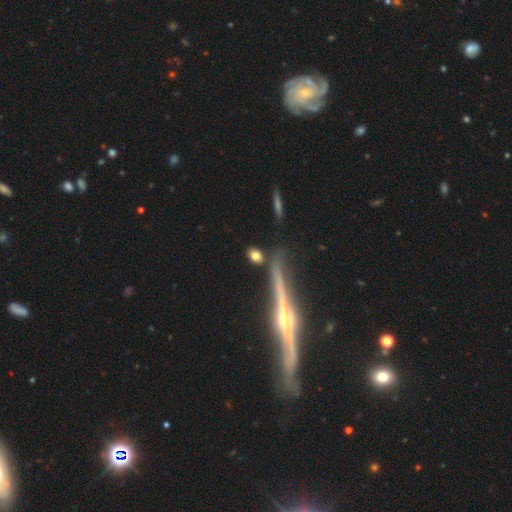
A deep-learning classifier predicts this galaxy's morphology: Smooth or featured?
  - smooth: 76% *
  - featured or disk: 15%
  - star or artifact: 9%
How rounded?
  - in between: 61% *
  - round: 26%
  - cigar-shaped: 12%
Merging?
  - none: 74% *
  - minor disturbance: 13%
  - merger: 8%
  - major disturbance: 5%